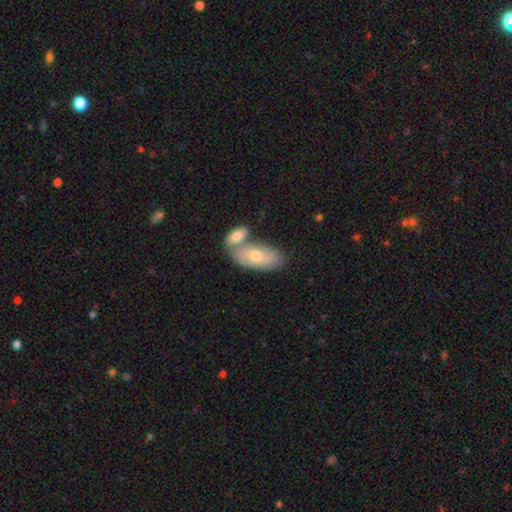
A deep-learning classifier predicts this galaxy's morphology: The model was most divided on "merging": merger: 47%, none: 38%, minor disturbance: 12%, major disturbance: 4%. More confident: how rounded — in between (90%); smooth or featured — smooth (64%).